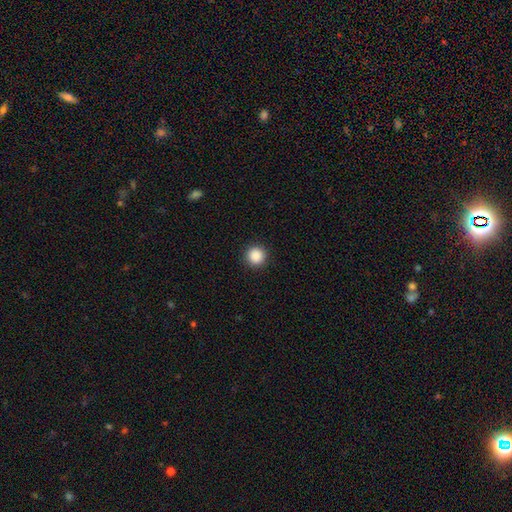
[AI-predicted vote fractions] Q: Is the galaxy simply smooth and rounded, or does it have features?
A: smooth — 88%.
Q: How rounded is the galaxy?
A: round — 96%.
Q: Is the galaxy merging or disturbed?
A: none — 93%.